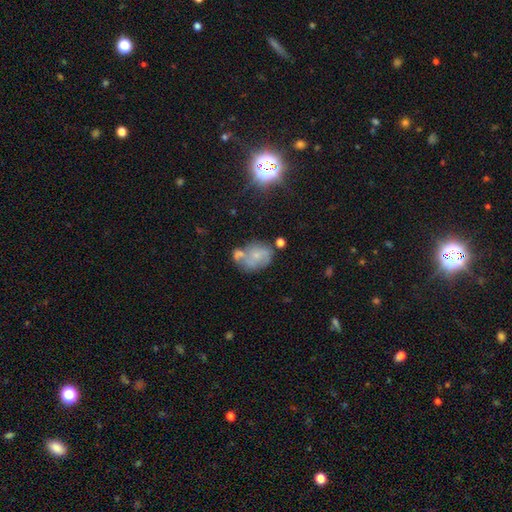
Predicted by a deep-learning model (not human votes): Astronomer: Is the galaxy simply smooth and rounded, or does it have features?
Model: featured or disk — 44% (runner-up: smooth, 39%).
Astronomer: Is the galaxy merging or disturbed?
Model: none — 36% (runner-up: merger, 32%).